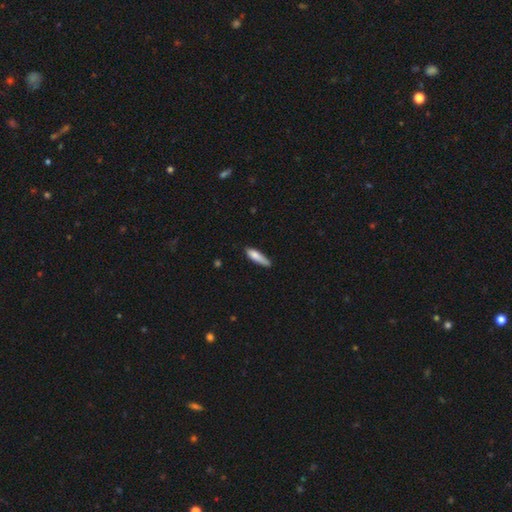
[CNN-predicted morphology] smooth_or_featured: smooth (p=0.80) [alt: featured or disk p=0.13]
how_rounded: cigar-shaped (p=0.73) [alt: in between p=0.26]
merging: none (p=0.65) [alt: minor disturbance p=0.28]